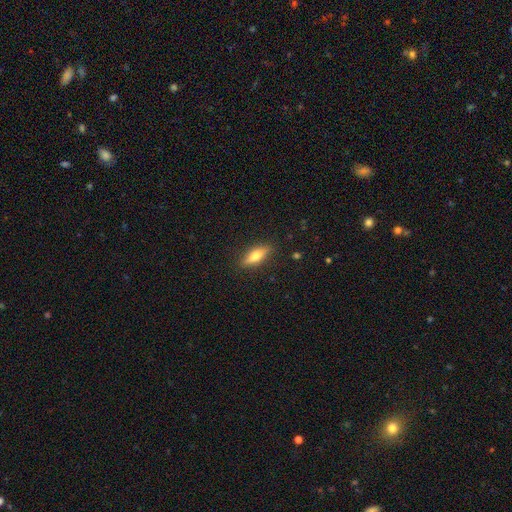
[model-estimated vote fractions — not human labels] Morphology: type=smooth (63%); roundness=cigar-shaped (50%); merging=none (86%).